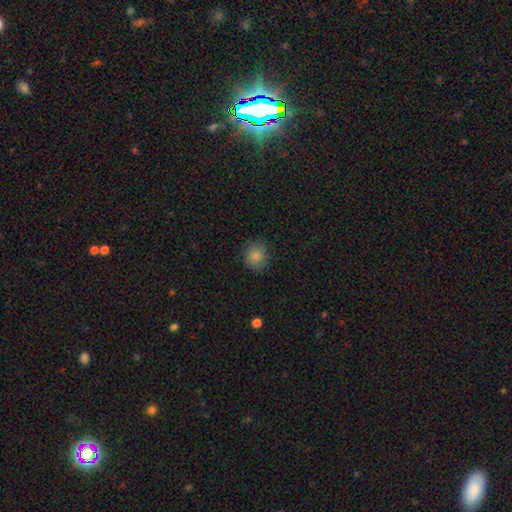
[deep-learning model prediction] Smooth or featured: smooth — 84% (star or artifact — 10%)
How rounded: round — 73% (in between — 26%)
Merging: none — 80% (minor disturbance — 15%)